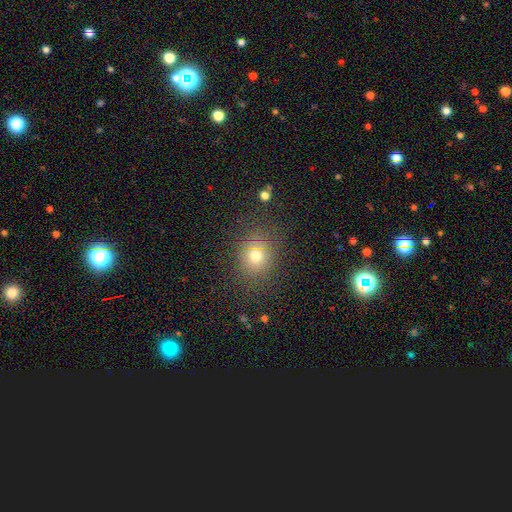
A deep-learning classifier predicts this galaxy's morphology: A smooth galaxy with no disk features (72%) that is round (78%). Merging: none (82%).